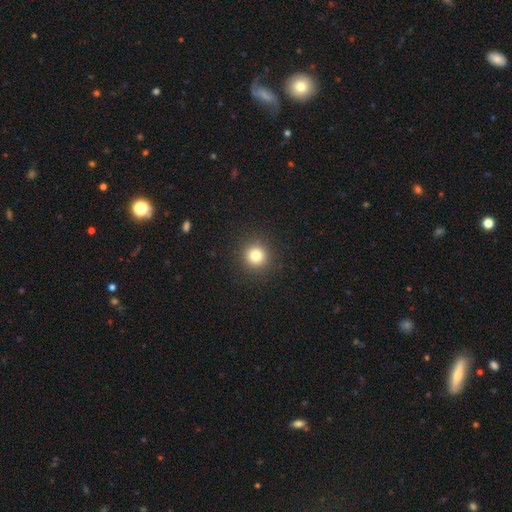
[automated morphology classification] Overall: smooth (80%). How rounded: round (95%). Merging: none (91%).